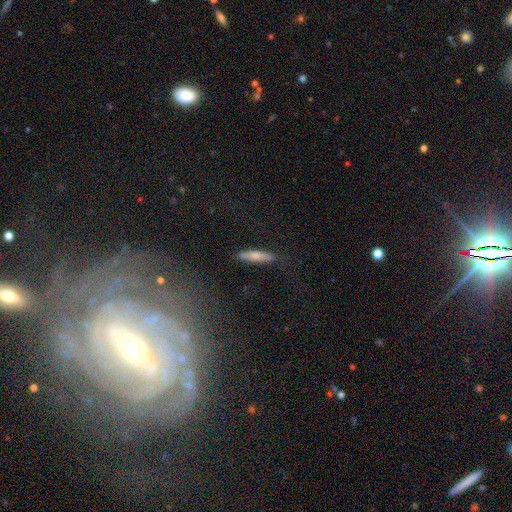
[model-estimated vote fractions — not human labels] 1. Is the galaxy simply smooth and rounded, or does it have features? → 71% smooth, 22% featured or disk, 6% star or artifact.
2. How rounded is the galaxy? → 82% cigar-shaped, 16% in between, 2% round.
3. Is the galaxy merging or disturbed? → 85% none, 11% minor disturbance, 3% major disturbance, 2% merger.